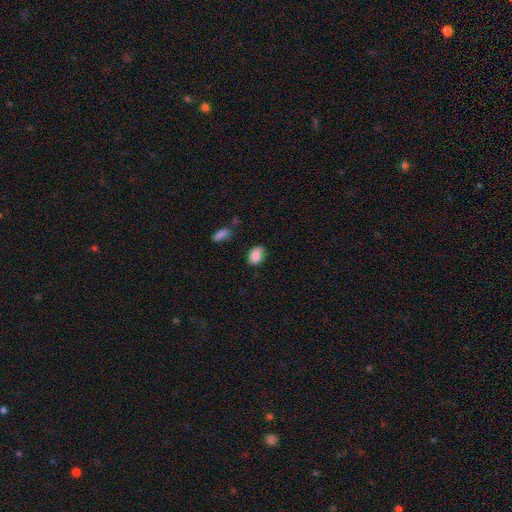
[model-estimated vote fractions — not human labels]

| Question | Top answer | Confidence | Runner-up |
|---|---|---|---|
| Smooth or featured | smooth | 86% | star or artifact (8%) |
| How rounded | in between | 78% | round (21%) |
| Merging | none | 74% | minor disturbance (20%) |